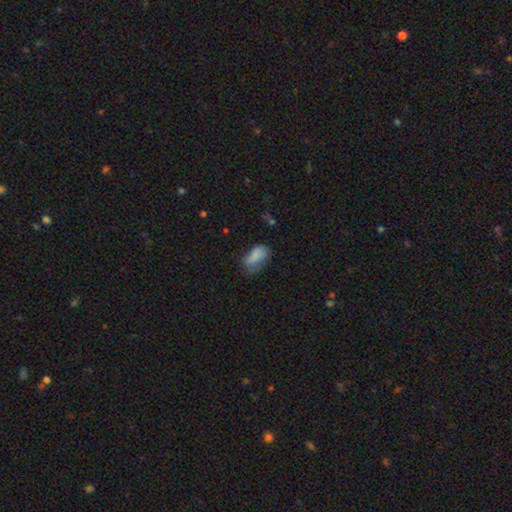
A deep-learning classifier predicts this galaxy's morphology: type=smooth (76%); roundness=in between (90%); merging=minor disturbance (37%).